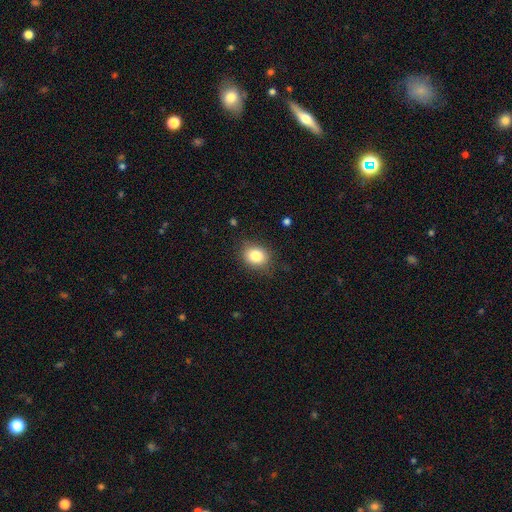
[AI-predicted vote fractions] Smooth or featured: smooth — 83% (star or artifact — 10%)
How rounded: round — 58% (in between — 41%)
Merging: none — 82% (minor disturbance — 13%)